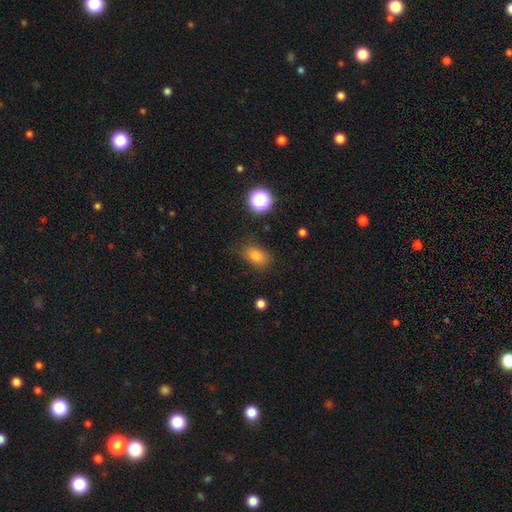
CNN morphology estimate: A smooth galaxy with no disk features (79%) that is in between round and cigar-shaped (79%). Merging: none (77%).